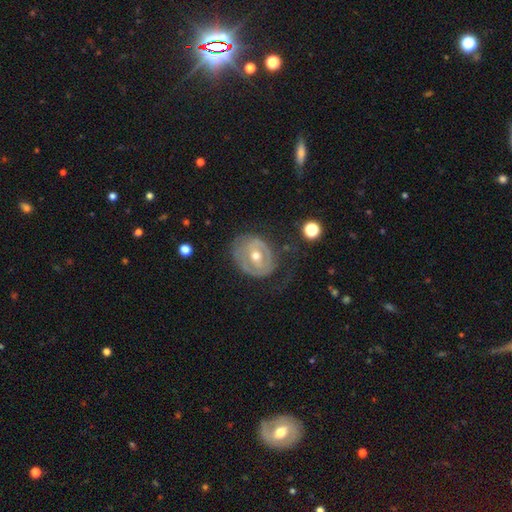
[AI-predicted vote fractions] Morphology: type=featured or disk (72%); edge-on=no (96%); bar=weak (41%); spiral arms=yes (52%); bulge=moderate (65%); merging=none (55%).